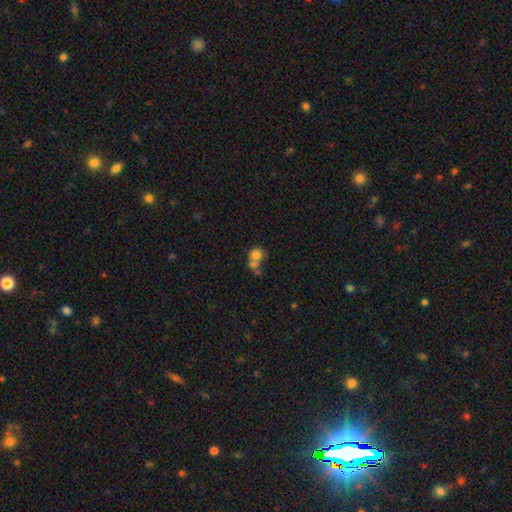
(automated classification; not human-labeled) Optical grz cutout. It shows a smooth galaxy with no disk features (71%) that is round (65%). Merging: merger (53%).